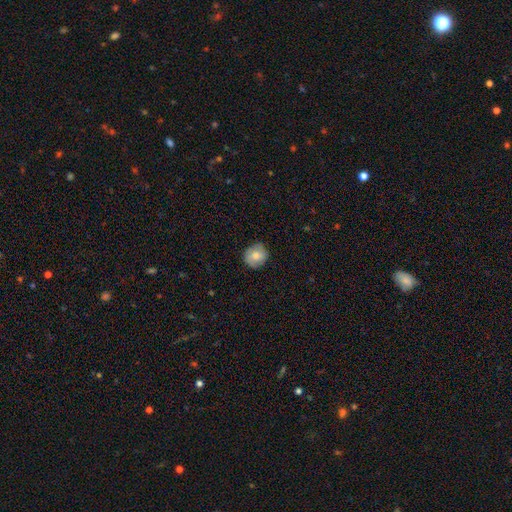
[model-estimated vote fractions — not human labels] Smooth or featured?
  - smooth: 71% *
  - featured or disk: 21%
  - star or artifact: 8%
How rounded?
  - round: 81% *
  - in between: 18%
  - cigar-shaped: 1%
Merging?
  - none: 79% *
  - minor disturbance: 16%
  - major disturbance: 4%
  - merger: 1%